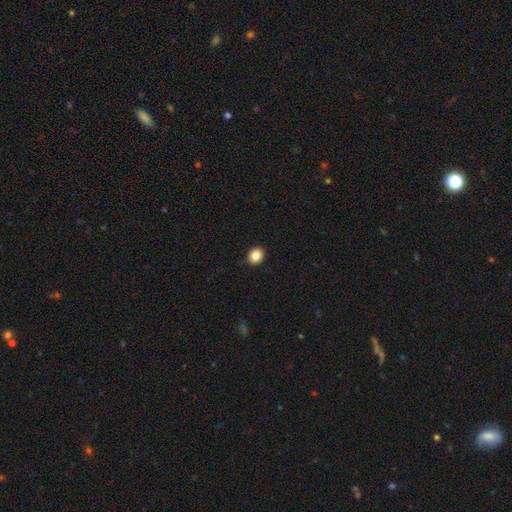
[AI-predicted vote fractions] Morphology: type=smooth (86%); roundness=round (69%); merging=none (90%).